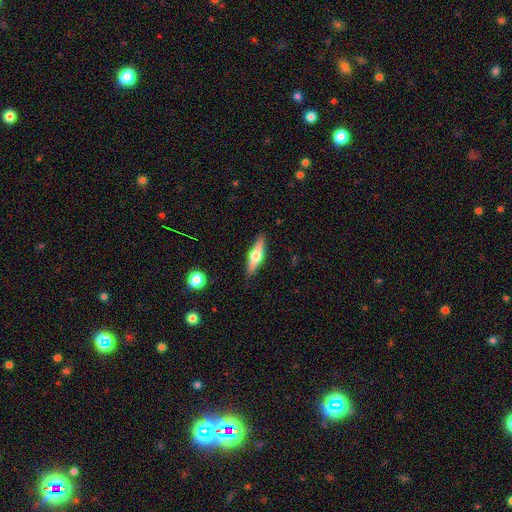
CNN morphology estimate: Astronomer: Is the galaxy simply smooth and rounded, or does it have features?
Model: featured or disk — 54% (runner-up: smooth, 40%).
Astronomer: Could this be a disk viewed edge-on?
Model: yes — 94%.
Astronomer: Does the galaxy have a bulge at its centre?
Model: rounded — 94%.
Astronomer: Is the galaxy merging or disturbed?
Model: none — 88%.